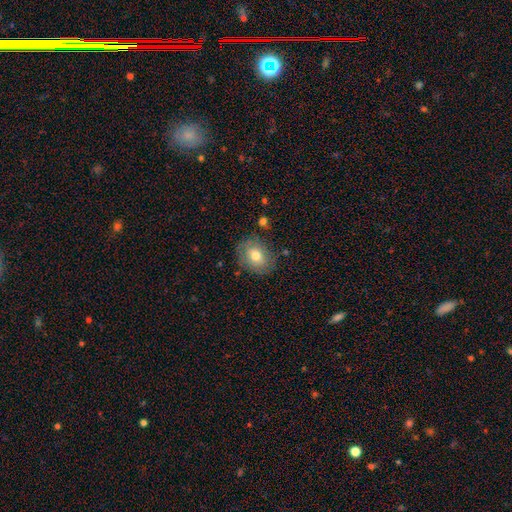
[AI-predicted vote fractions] Overall: smooth (71%). How rounded: round (50%; in between 49%). Merging: none (77%).